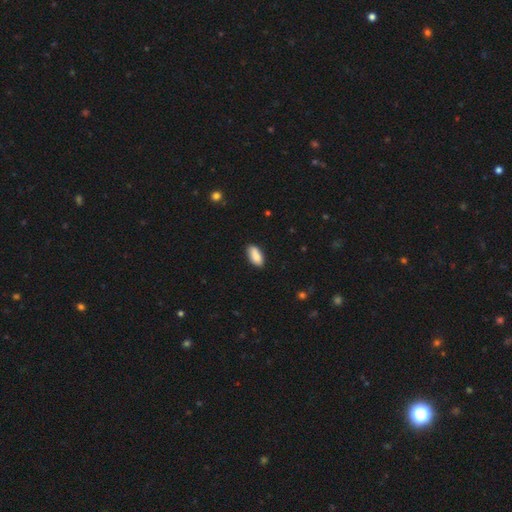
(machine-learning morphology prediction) Smooth or featured?
  - smooth: 89% *
  - star or artifact: 6%
  - featured or disk: 5%
How rounded?
  - in between: 89% *
  - cigar-shaped: 9%
  - round: 2%
Merging?
  - none: 85% *
  - minor disturbance: 12%
  - major disturbance: 2%
  - merger: 1%